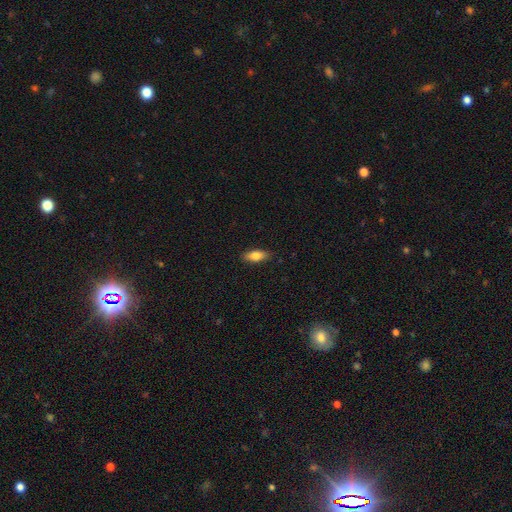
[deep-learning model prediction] Smooth or featured?
  - smooth: 78% *
  - featured or disk: 15%
  - star or artifact: 7%
How rounded?
  - in between: 76% *
  - cigar-shaped: 21%
  - round: 3%
Merging?
  - none: 87% *
  - minor disturbance: 10%
  - major disturbance: 2%
  - merger: 1%